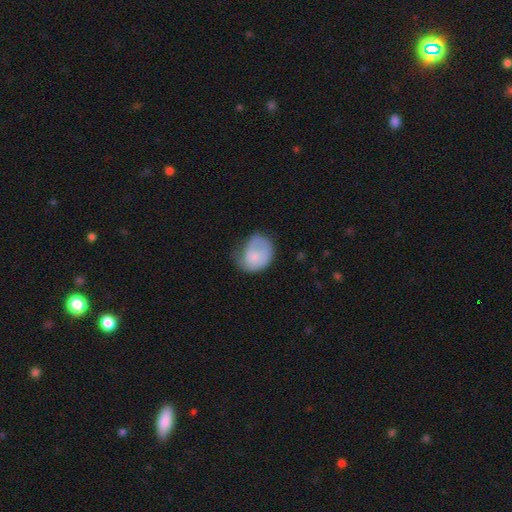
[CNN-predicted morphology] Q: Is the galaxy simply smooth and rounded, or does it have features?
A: smooth — 66%.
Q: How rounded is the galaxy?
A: in between — 51%.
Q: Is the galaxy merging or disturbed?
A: minor disturbance — 37%.